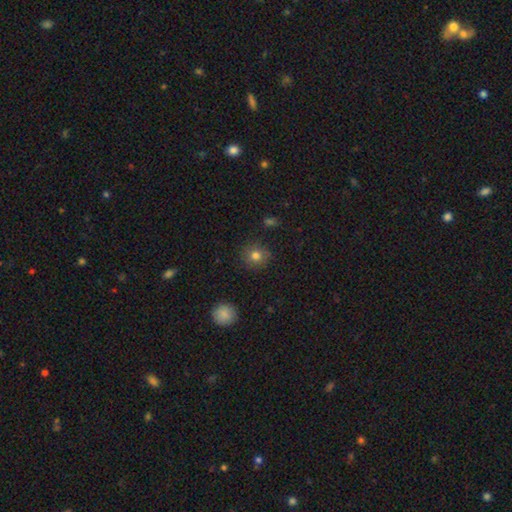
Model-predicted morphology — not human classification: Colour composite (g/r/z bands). It shows a smooth galaxy with no disk features (80%) that is round (91%). Merging: none (87%).